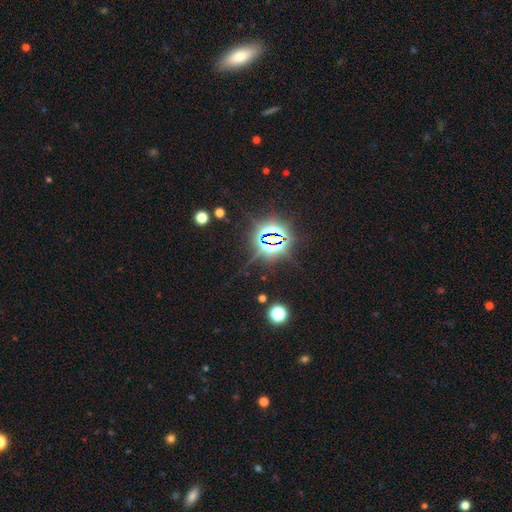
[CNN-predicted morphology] type=star or artifact (83%).